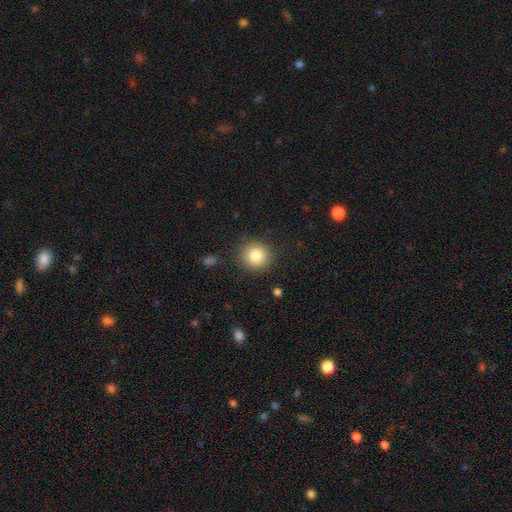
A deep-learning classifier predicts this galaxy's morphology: The model was most divided on "smooth or featured": smooth: 84%, star or artifact: 9%, featured or disk: 6%. More confident: how rounded — round (91%); merging — none (88%).